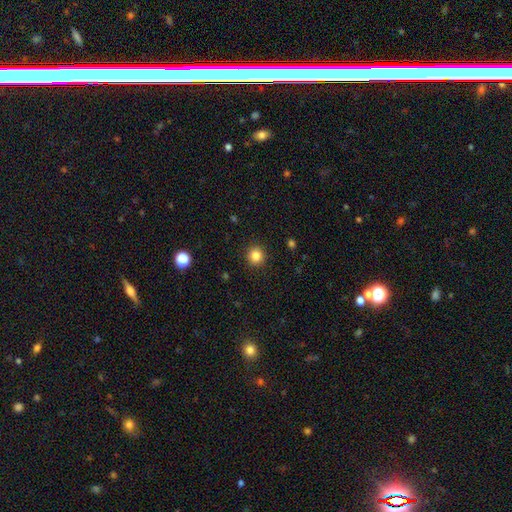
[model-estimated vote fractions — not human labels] Smooth or featured? smooth (84%)
How rounded? round (92%)
Merging? none (92%)